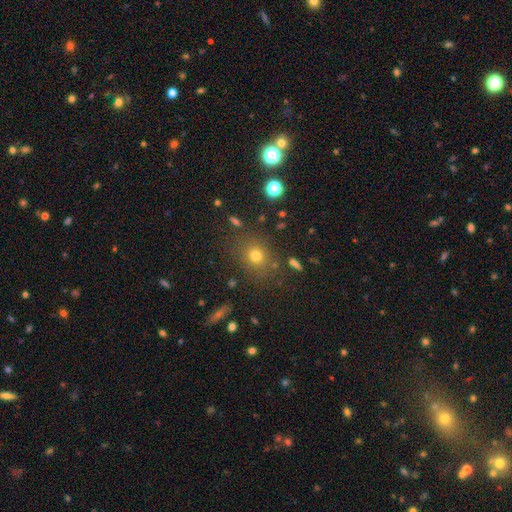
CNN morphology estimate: Overall: smooth (68%). How rounded: round (77%). Merging: none (82%).